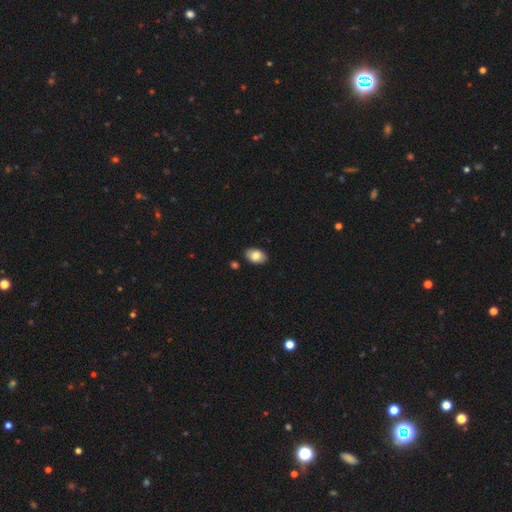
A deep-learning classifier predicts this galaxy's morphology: Smooth or featured?
  - smooth: 82% *
  - featured or disk: 10%
  - star or artifact: 7%
How rounded?
  - in between: 88% *
  - round: 11%
  - cigar-shaped: 1%
Merging?
  - none: 88% *
  - minor disturbance: 9%
  - merger: 2%
  - major disturbance: 2%